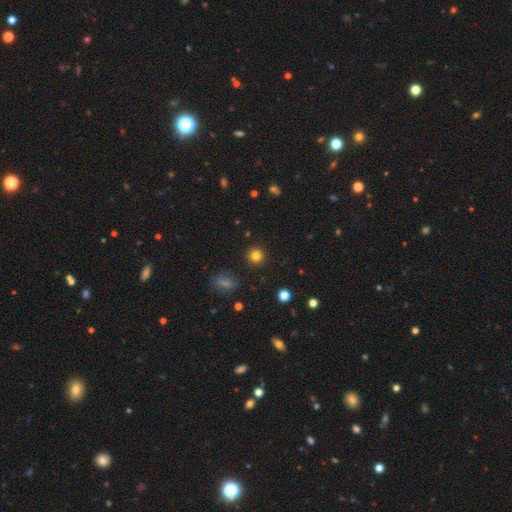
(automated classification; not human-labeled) Smooth or featured? smooth (82%)
How rounded? round (93%)
Merging? none (91%)